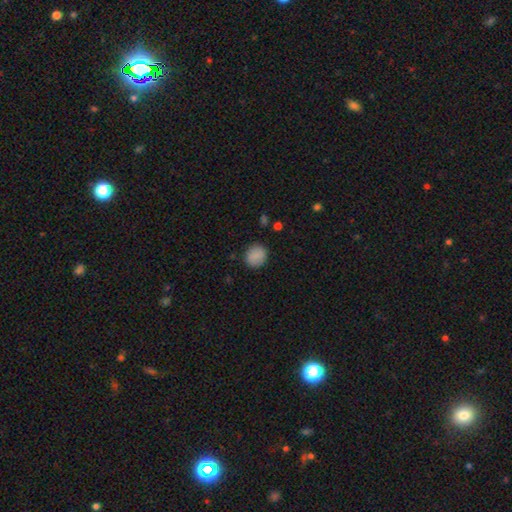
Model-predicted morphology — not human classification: smooth_or_featured: smooth (p=0.87) [alt: star or artifact p=0.08]
how_rounded: round (p=0.76) [alt: in between p=0.23]
merging: none (p=0.87) [alt: minor disturbance p=0.09]